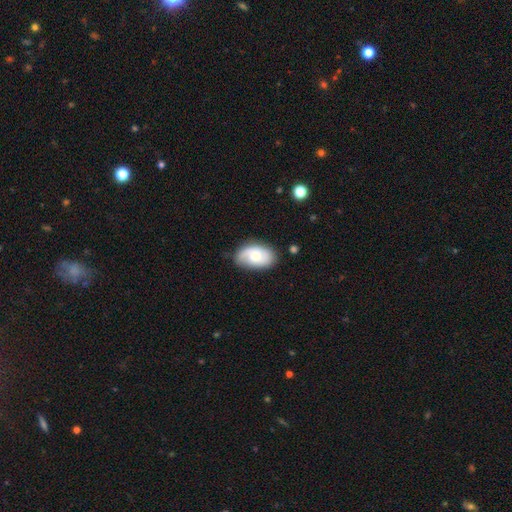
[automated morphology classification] Smooth or featured? Predicted: smooth (p=0.51). How rounded? Predicted: in between (p=0.91). Merging? Predicted: none (p=0.72).